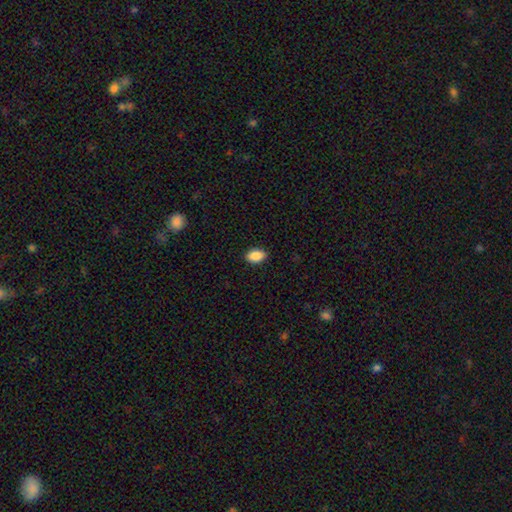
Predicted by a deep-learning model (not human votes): Q: Smooth or featured?
A: smooth (89%); runner-up: star or artifact (8%)
Q: How rounded?
A: in between (89%); runner-up: round (10%)
Q: Merging?
A: none (88%); runner-up: minor disturbance (9%)